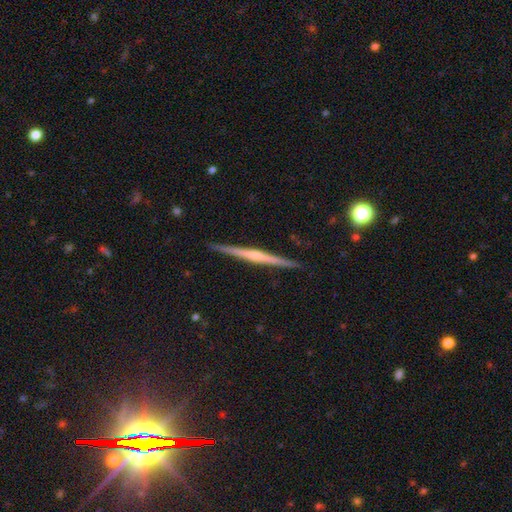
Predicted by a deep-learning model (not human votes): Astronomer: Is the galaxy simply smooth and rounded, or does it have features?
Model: featured or disk — 74%.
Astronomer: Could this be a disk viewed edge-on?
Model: yes — 98%.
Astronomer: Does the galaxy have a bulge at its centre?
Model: rounded — 53% (runner-up: none, 35%).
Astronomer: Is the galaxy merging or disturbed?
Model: none — 92%.